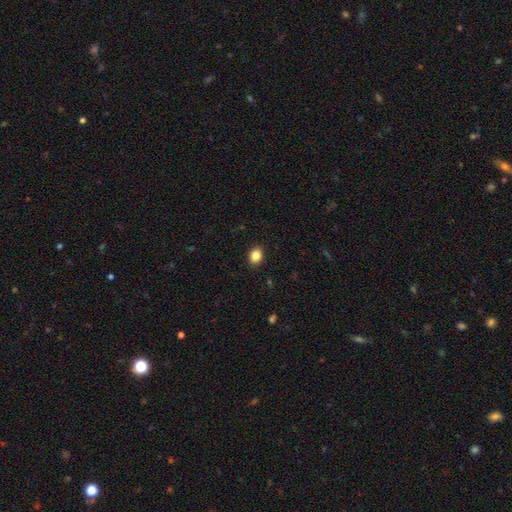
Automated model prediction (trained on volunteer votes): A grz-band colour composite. It shows a smooth galaxy with no disk features (85%) that is in between round and cigar-shaped (58%). Merging: none (90%).